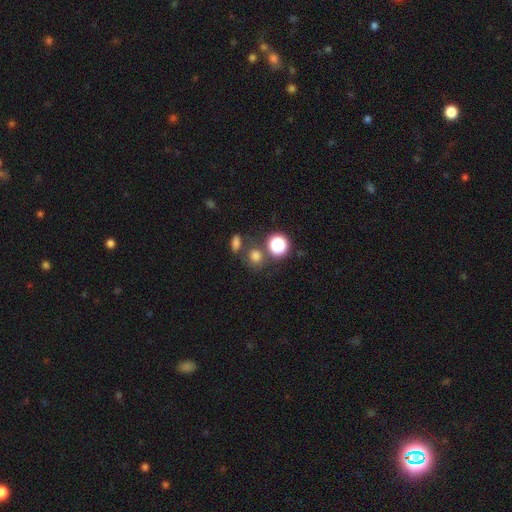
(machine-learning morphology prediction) Q: Smooth or featured?
A: smooth (70%); runner-up: star or artifact (23%)
Q: How rounded?
A: round (77%); runner-up: in between (21%)
Q: Merging?
A: none (66%); runner-up: merger (18%)